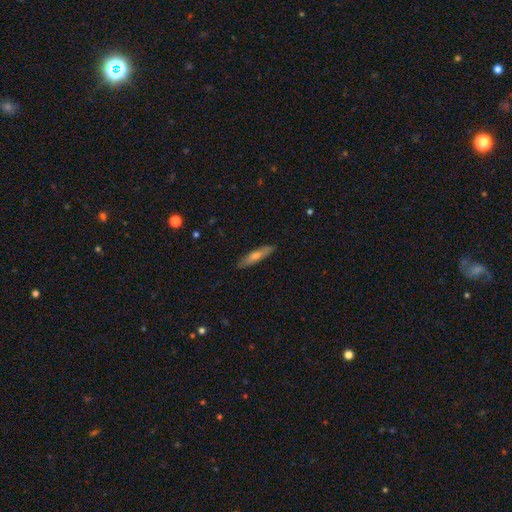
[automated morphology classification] A smooth galaxy with no disk features (54%) that is cigar-shaped (79%). Merging: none (87%).